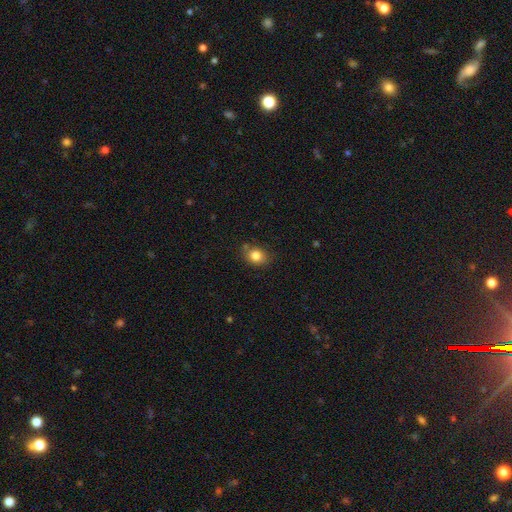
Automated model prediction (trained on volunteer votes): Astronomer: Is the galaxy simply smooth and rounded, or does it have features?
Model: smooth — 83%.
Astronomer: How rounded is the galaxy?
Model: round — 52% (runner-up: in between, 47%).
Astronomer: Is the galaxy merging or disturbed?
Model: none — 75%.